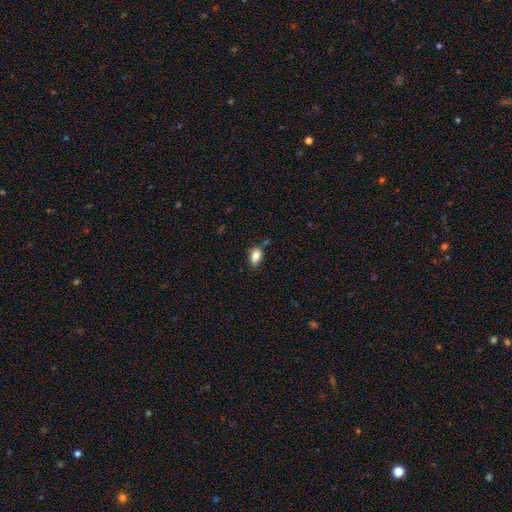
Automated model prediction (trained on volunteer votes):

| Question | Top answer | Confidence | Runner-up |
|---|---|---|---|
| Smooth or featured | smooth | 84% | star or artifact (9%) |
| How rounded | in between | 84% | round (13%) |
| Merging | none | 68% | minor disturbance (21%) |